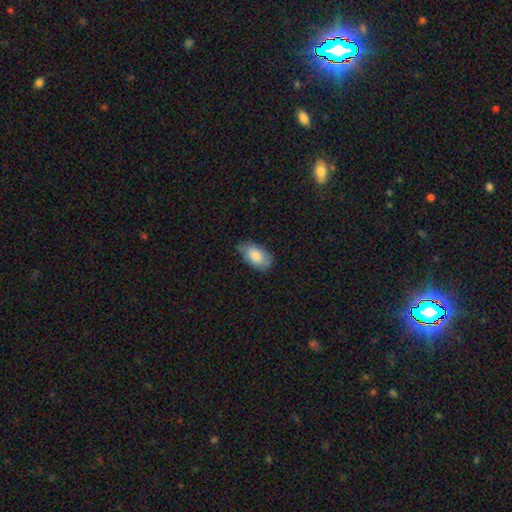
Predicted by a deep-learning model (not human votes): Q: Smooth or featured?
A: smooth (82%); runner-up: featured or disk (12%)
Q: How rounded?
A: in between (94%); runner-up: round (4%)
Q: Merging?
A: none (68%); runner-up: minor disturbance (27%)